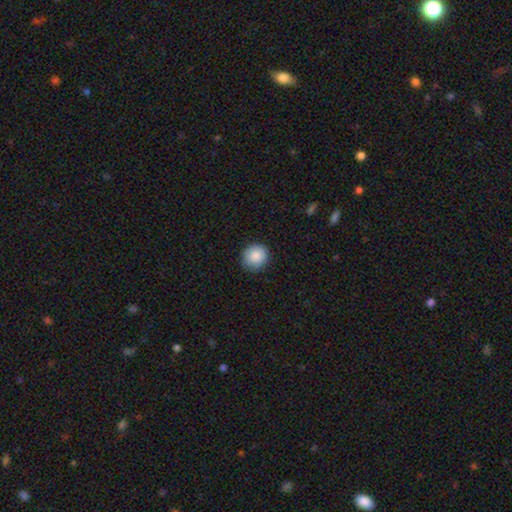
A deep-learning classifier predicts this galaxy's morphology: The model was most divided on "how rounded": round: 86%, in between: 13%, cigar-shaped: 1%. More confident: smooth or featured — smooth (86%); merging — none (86%).